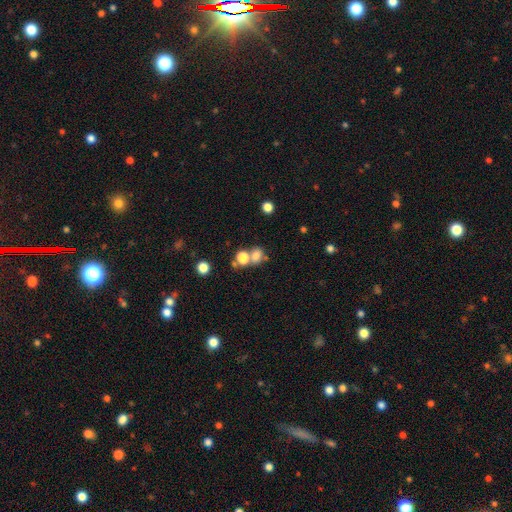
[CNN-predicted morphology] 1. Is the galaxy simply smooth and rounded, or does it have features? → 74% smooth, 15% star or artifact, 11% featured or disk.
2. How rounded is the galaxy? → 56% round, 42% in between, 1% cigar-shaped.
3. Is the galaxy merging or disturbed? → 42% none (tied), 42% merger (tied), 10% minor disturbance, 6% major disturbance.